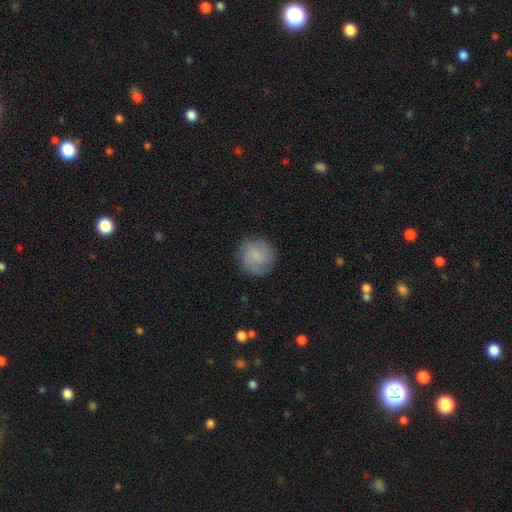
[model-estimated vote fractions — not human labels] Smooth or featured?
  - smooth: 57% *
  - featured or disk: 35%
  - star or artifact: 8%
How rounded?
  - round: 90% *
  - in between: 9%
  - cigar-shaped: 1%
Merging?
  - none: 83% *
  - minor disturbance: 11%
  - major disturbance: 4%
  - merger: 1%